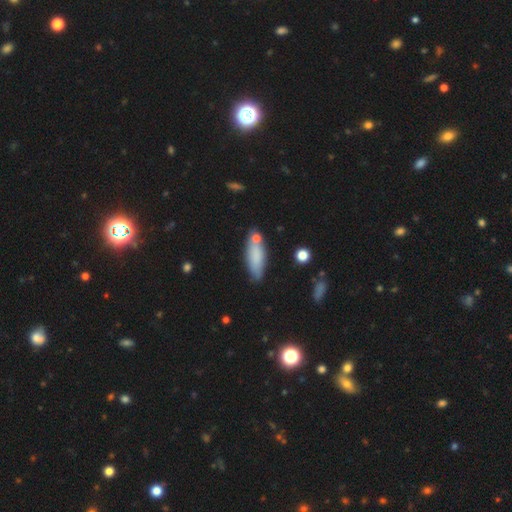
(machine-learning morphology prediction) type=smooth (79%); roundness=in between (57%); merging=none (70%).